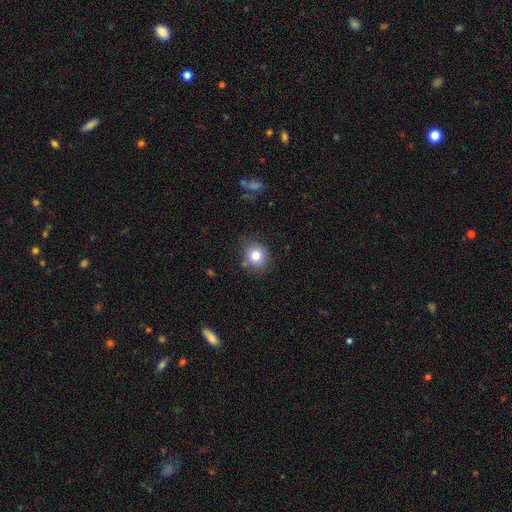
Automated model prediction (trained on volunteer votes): A smooth galaxy with no disk features (80%) that is round (80%).

Vote fractions:
- Smooth or featured? smooth: 80% / star or artifact: 11% / featured or disk: 9%
- How rounded? round: 80% / in between: 19% / cigar-shaped: 1%
- Merging? none: 80% / minor disturbance: 14% / major disturbance: 4% / merger: 3%